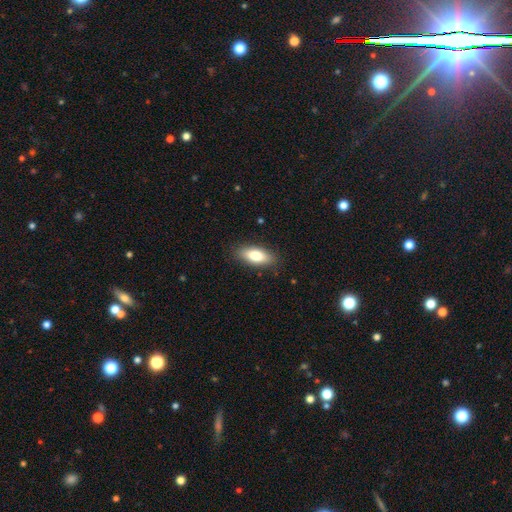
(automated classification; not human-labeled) Morphology: type=smooth (79%); roundness=in between (81%); merging=none (87%).